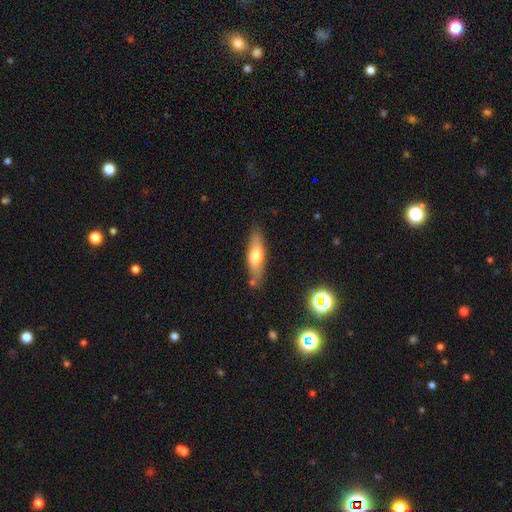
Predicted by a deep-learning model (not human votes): smooth-or-featured: smooth: 63% | featured or disk: 31% | star or artifact: 7%
  how-rounded: cigar-shaped: 56% | in between: 42% | round: 2%
  merging: none: 78% | minor disturbance: 14% | merger: 5% | major disturbance: 3%